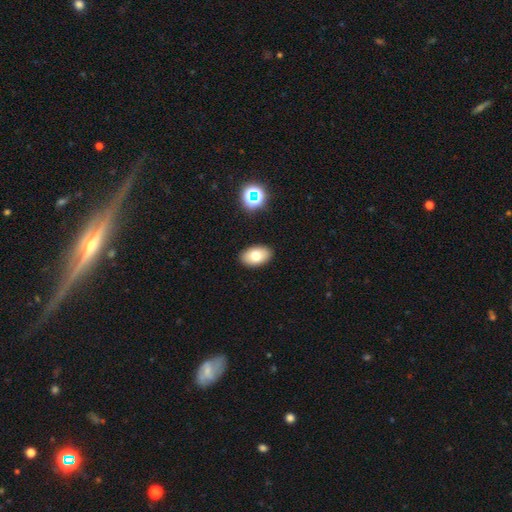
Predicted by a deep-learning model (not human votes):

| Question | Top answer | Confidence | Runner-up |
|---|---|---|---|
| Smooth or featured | smooth | 75% | featured or disk (15%) |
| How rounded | in between | 91% | round (8%) |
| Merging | none | 89% | minor disturbance (8%) |